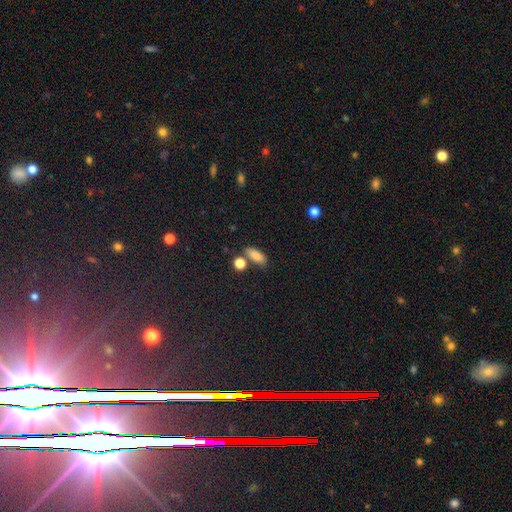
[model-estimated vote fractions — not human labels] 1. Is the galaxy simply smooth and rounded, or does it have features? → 82% smooth, 9% star or artifact, 8% featured or disk.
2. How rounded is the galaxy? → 74% in between, 19% cigar-shaped, 6% round.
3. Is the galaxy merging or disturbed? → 69% none, 14% minor disturbance, 13% merger, 4% major disturbance.